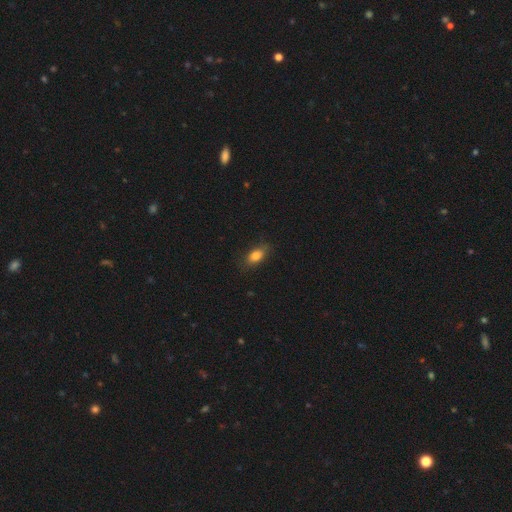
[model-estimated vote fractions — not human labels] Smooth or featured: smooth — 82% (featured or disk — 9%)
How rounded: in between — 84% (round — 9%)
Merging: none — 80% (minor disturbance — 16%)